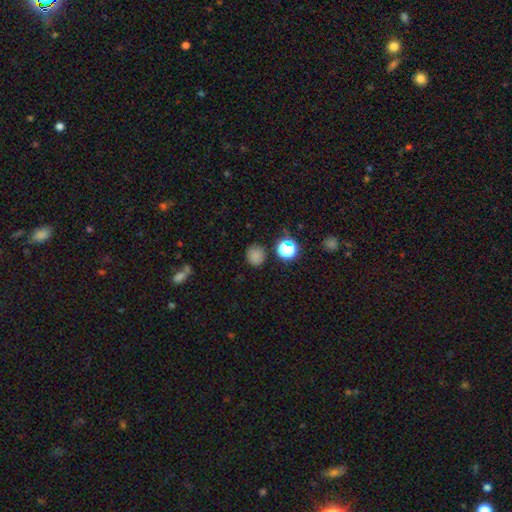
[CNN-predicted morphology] Smooth or featured: smooth — 76% (star or artifact — 18%)
How rounded: round — 88% (in between — 11%)
Merging: none — 82% (minor disturbance — 11%)